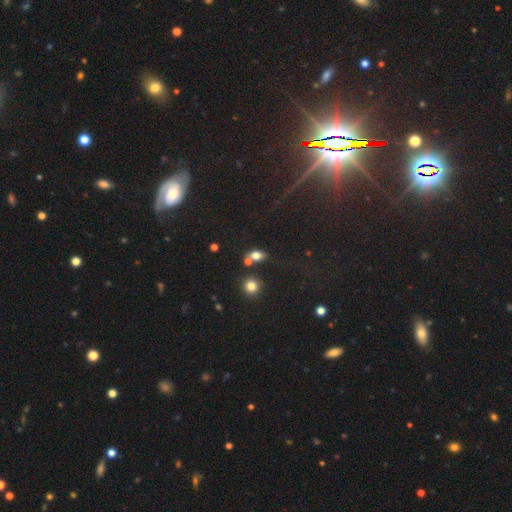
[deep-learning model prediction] smooth 74%, star or artifact 14%, featured or disk 12%. Down the decision tree: how rounded — in between (70%); merging — none (54%).